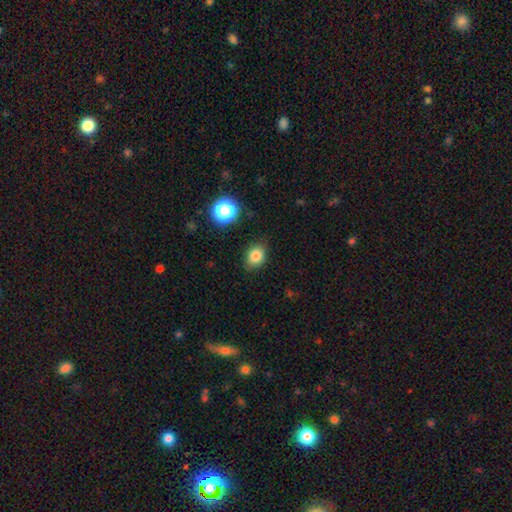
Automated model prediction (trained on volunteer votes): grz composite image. It shows a smooth galaxy with no disk features (82%) that is in between round and cigar-shaped (58%). Merging: none (83%).